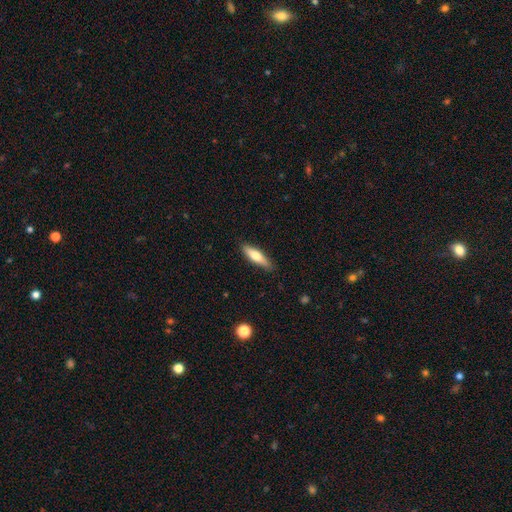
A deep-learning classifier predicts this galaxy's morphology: smooth_or_featured: smooth (p=0.64) [alt: featured or disk p=0.30]
how_rounded: cigar-shaped (p=0.64) [alt: in between p=0.34]
merging: none (p=0.88) [alt: minor disturbance p=0.09]